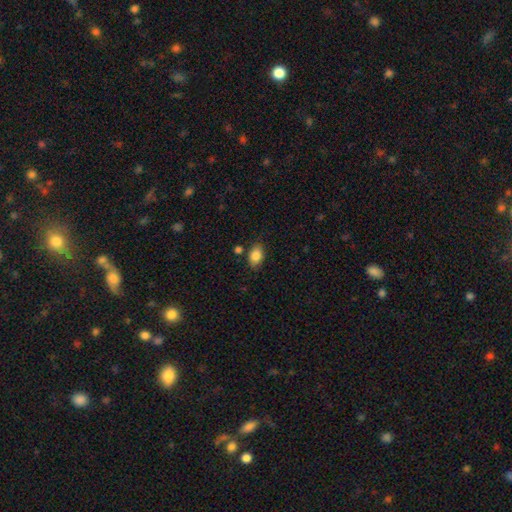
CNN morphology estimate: The model was most divided on "merging": none: 80%, minor disturbance: 12%, merger: 4%, major disturbance: 3%. More confident: smooth or featured — smooth (86%); how rounded — in between (84%).